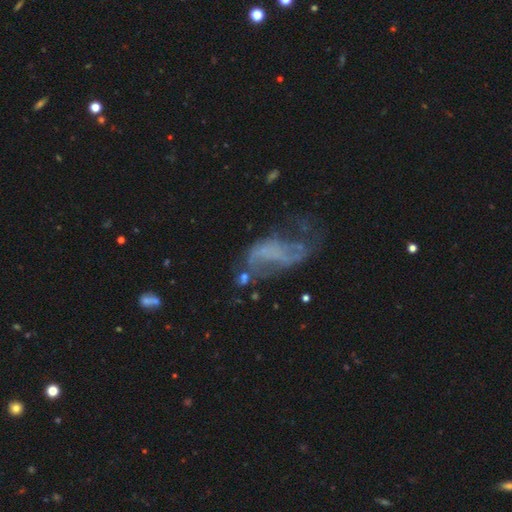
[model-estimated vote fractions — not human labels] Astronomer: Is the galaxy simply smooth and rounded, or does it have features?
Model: featured or disk — 62%.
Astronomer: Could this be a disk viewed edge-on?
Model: no — 95%.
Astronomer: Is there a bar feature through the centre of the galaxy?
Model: no — 63%.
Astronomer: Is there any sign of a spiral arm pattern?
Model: yes — 55% (runner-up: no, 45%).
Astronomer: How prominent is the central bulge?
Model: none — 76%.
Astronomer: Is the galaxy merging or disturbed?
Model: major disturbance — 36% (runner-up: none, 35%).